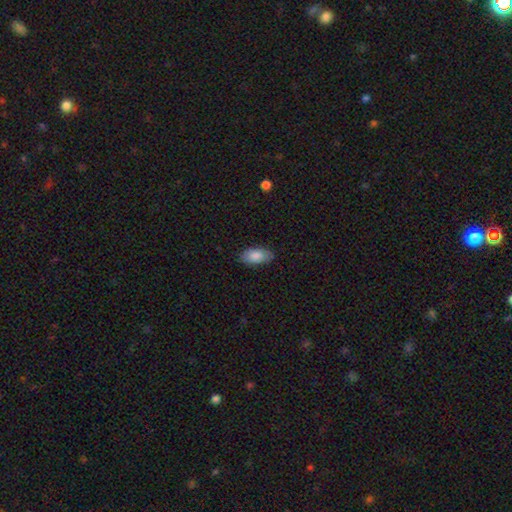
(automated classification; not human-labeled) Q: Smooth or featured?
A: smooth (85%); runner-up: featured or disk (8%)
Q: How rounded?
A: in between (93%); runner-up: cigar-shaped (4%)
Q: Merging?
A: none (83%); runner-up: minor disturbance (13%)